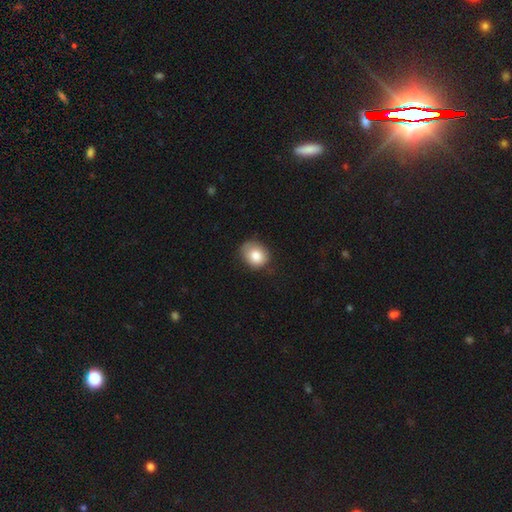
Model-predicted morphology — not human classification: Q: Smooth or featured?
A: smooth (82%); runner-up: featured or disk (9%)
Q: How rounded?
A: round (56%); runner-up: in between (43%)
Q: Merging?
A: none (64%); runner-up: minor disturbance (28%)